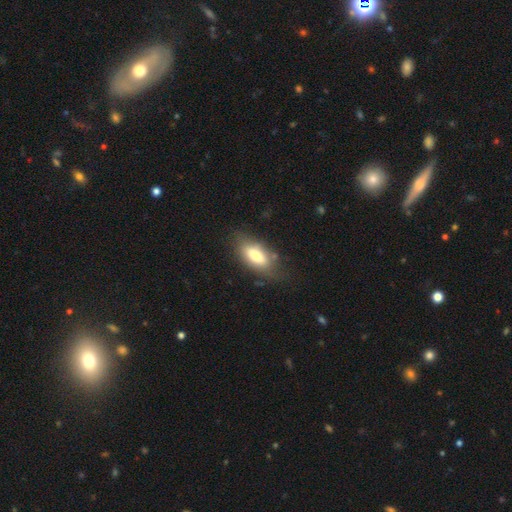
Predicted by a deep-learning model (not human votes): A smooth galaxy with no disk features (71%) that is in between round and cigar-shaped (82%). Merging: none (70%).